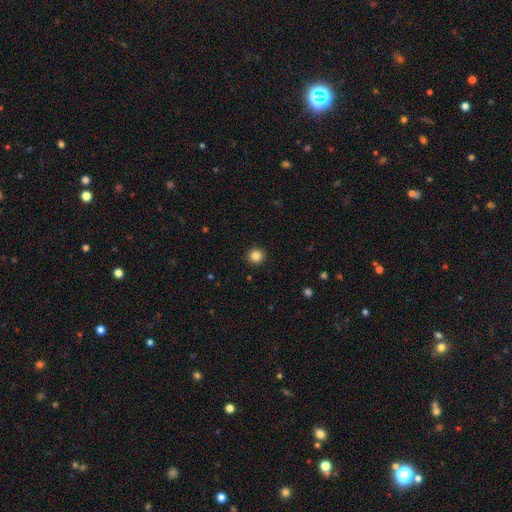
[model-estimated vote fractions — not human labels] smooth 85%, star or artifact 11%, featured or disk 5%. Down the decision tree: how rounded — round (94%); merging — none (93%).